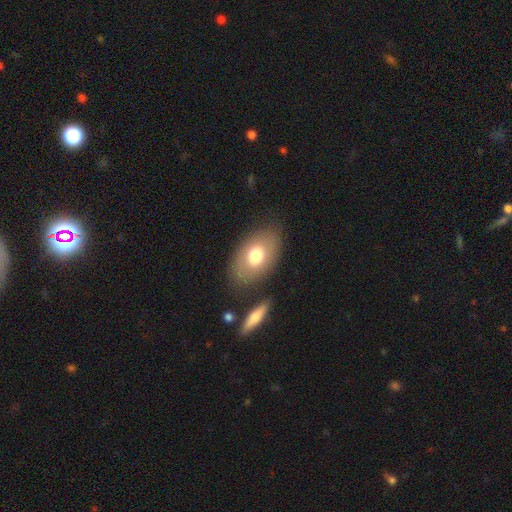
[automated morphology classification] smooth_or_featured: smooth (p=0.69) [alt: featured or disk p=0.23]
how_rounded: in between (p=0.88) [alt: round p=0.11]
merging: none (p=0.78) [alt: minor disturbance p=0.13]